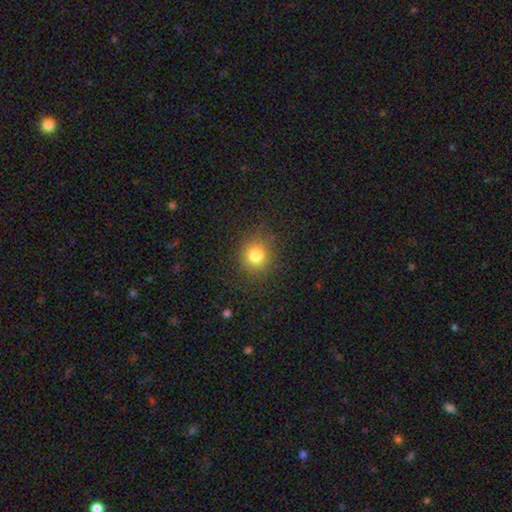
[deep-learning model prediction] Smooth or featured?
  - smooth: 80% *
  - star or artifact: 14%
  - featured or disk: 7%
How rounded?
  - round: 87% *
  - in between: 13%
  - cigar-shaped: 1%
Merging?
  - none: 85% *
  - minor disturbance: 10%
  - major disturbance: 4%
  - merger: 1%